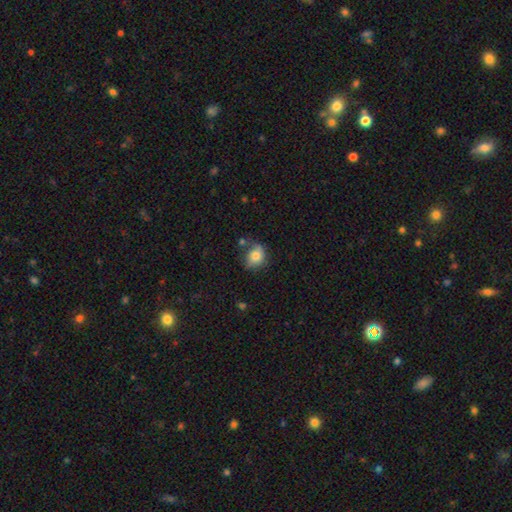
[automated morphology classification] smooth 76%, featured or disk 15%, star or artifact 9%. Down the decision tree: how rounded — round (57%); merging — none (54%).